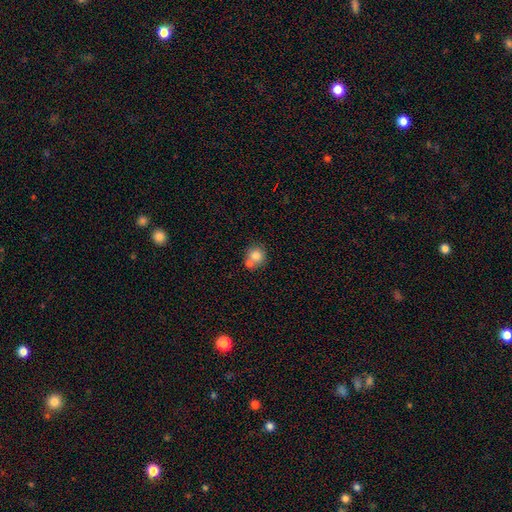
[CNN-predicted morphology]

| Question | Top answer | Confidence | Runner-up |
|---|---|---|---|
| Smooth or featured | smooth | 80% | featured or disk (11%) |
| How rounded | round | 87% | in between (12%) |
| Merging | none | 48% | merger (40%) |